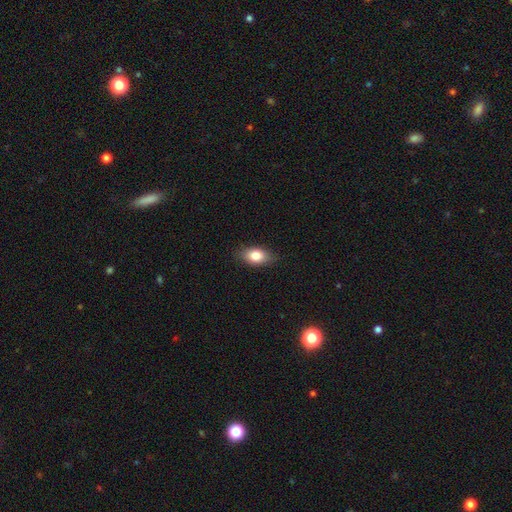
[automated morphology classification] A smooth galaxy with no disk features (81%) that is in between round and cigar-shaped (87%). Merging: none (85%).